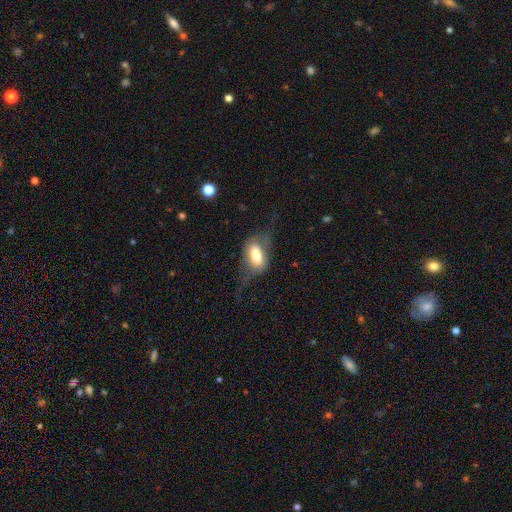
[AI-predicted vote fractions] Smooth or featured? smooth (50%)
Merging? none (43%)